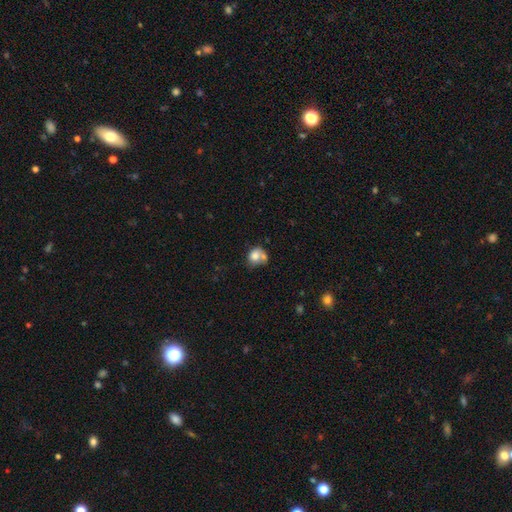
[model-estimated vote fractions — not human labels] Smooth or featured: smooth — 75% (featured or disk — 16%)
How rounded: round — 58% (in between — 41%)
Merging: merger — 36% (none — 31%)